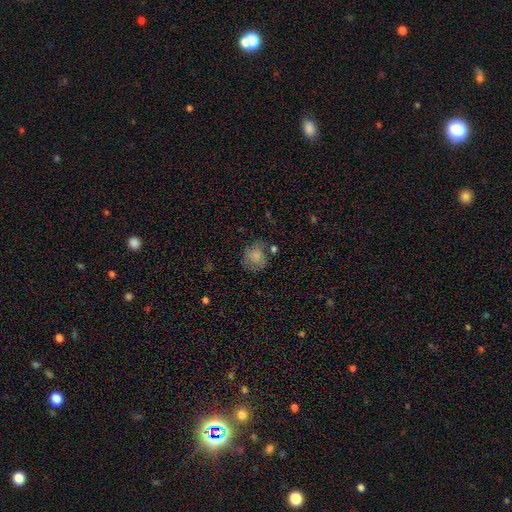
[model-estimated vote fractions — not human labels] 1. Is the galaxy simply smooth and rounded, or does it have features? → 76% smooth, 14% featured or disk, 10% star or artifact.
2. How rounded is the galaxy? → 70% round, 29% in between, 1% cigar-shaped.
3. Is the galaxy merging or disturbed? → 58% none, 23% minor disturbance, 10% major disturbance, 8% merger.